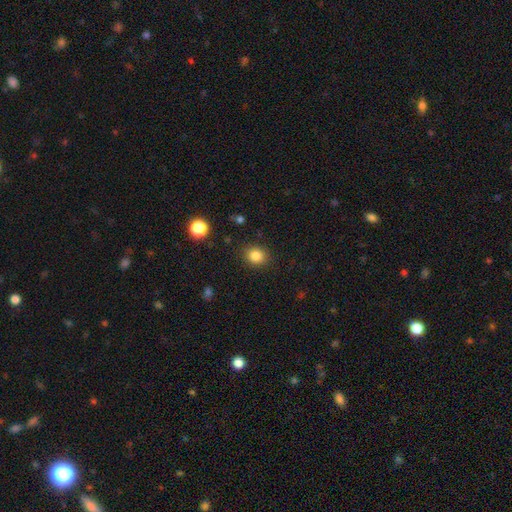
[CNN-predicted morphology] Smooth or featured?
  - smooth: 84% *
  - star or artifact: 11%
  - featured or disk: 5%
How rounded?
  - round: 74% *
  - in between: 25%
  - cigar-shaped: 1%
Merging?
  - none: 87% *
  - minor disturbance: 8%
  - major disturbance: 3%
  - merger: 1%